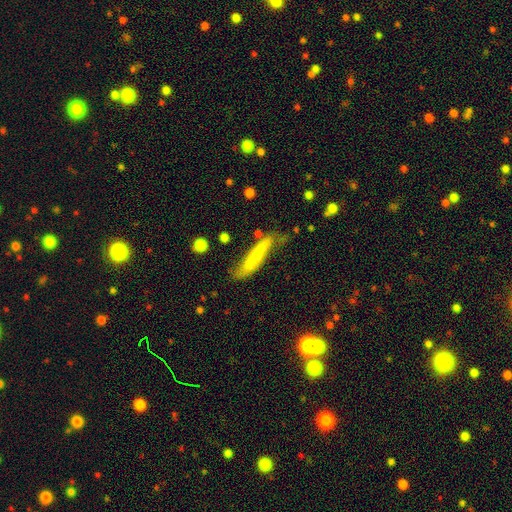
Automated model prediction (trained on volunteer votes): smooth_or_featured: smooth (p=0.56) [alt: featured or disk p=0.38]
how_rounded: cigar-shaped (p=0.84) [alt: in between p=0.14]
merging: none (p=0.54) [alt: minor disturbance p=0.30]